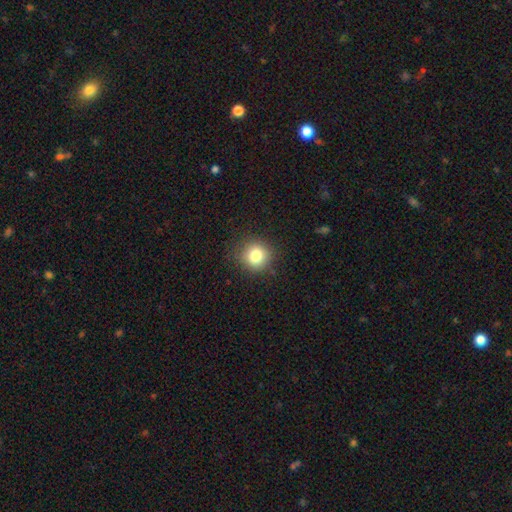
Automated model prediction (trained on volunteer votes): smooth-or-featured: smooth: 82% | star or artifact: 11% | featured or disk: 7%
  how-rounded: round: 90% | in between: 9% | cigar-shaped: 1%
  merging: none: 87% | minor disturbance: 9% | major disturbance: 3% | merger: 1%